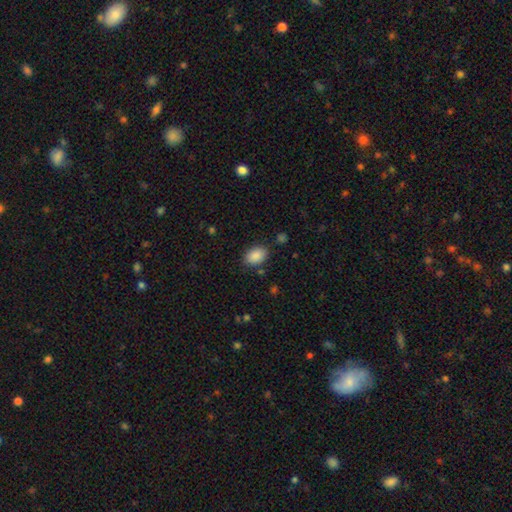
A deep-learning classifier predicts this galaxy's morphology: This is clearly a smooth galaxy (89%). How rounded: clearly in between (85%). Merging: clearly none (82%).